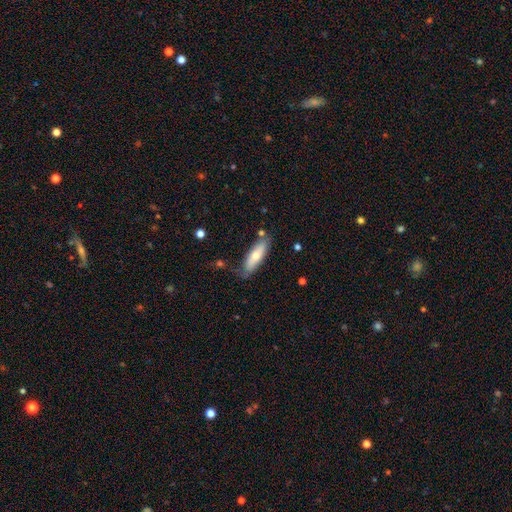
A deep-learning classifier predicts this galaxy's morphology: Smooth or featured? smooth (65%)
How rounded? cigar-shaped (51%)
Merging? none (70%)